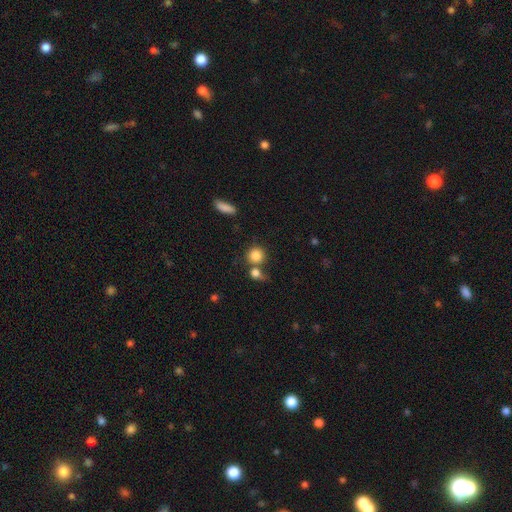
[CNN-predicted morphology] Smooth or featured?
  - smooth: 84% *
  - star or artifact: 9%
  - featured or disk: 6%
How rounded?
  - round: 86% *
  - in between: 13%
  - cigar-shaped: 1%
Merging?
  - none: 57% *
  - merger: 29%
  - minor disturbance: 10%
  - major disturbance: 4%